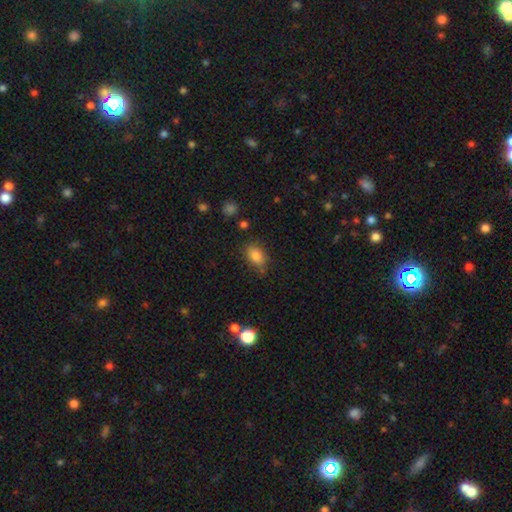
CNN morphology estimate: Smooth or featured: smooth — 84% (star or artifact — 9%)
How rounded: in between — 84% (round — 14%)
Merging: none — 72% (minor disturbance — 18%)